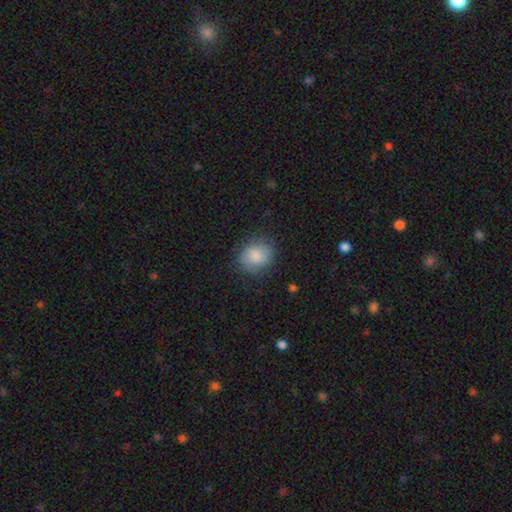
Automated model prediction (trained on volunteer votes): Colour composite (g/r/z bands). It shows a smooth galaxy with no disk features (70%) that is round (70%). Merging: none (77%).